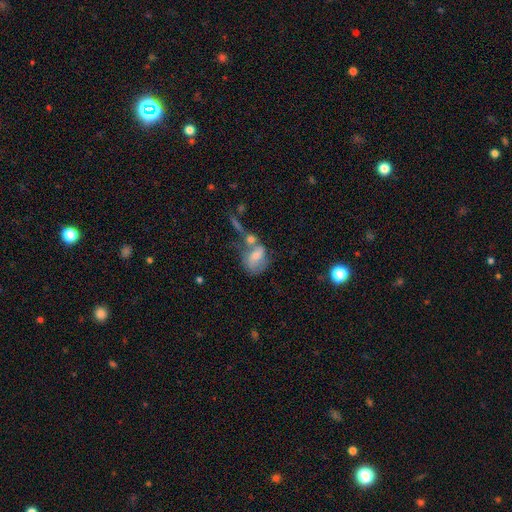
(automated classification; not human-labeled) Smooth or featured? Predicted: smooth (p=0.53). How rounded? Predicted: in between (p=0.70). Merging? Predicted: merger (p=0.42).